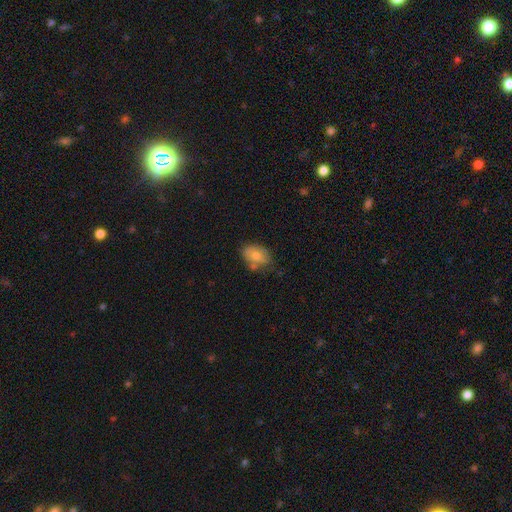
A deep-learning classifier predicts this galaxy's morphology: smooth_or_featured: smooth (p=0.74) [alt: featured or disk p=0.19]
how_rounded: in between (p=0.84) [alt: round p=0.14]
merging: none (p=0.55) [alt: minor disturbance p=0.26]